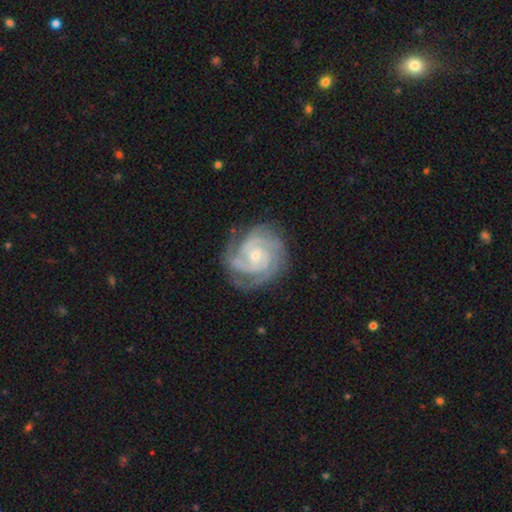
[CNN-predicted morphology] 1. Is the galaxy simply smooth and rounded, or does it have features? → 91% featured or disk, 5% smooth, 4% star or artifact.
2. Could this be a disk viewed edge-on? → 98% no, 2% yes.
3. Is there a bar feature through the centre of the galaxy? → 67% no, 26% weak, 7% strong.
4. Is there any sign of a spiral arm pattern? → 98% yes, 2% no.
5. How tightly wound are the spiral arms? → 73% tight, 24% medium, 3% loose.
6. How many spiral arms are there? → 43% 3, 19% 2, 16% 4, 12% can't tell, 5% more than 4, 5% 1.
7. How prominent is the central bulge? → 74% small, 23% moderate, 2% none, 1% large, 1% dominant.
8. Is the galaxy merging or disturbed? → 76% none, 17% minor disturbance, 6% major disturbance, 1% merger.